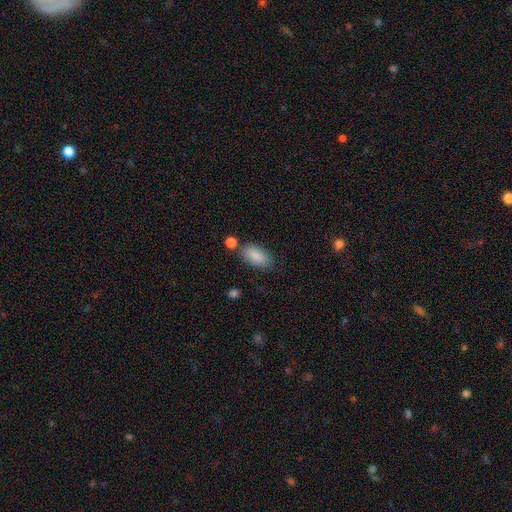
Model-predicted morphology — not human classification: smooth-or-featured: smooth: 87% | featured or disk: 7% | star or artifact: 7%
  how-rounded: in between: 91% | cigar-shaped: 5% | round: 3%
  merging: none: 71% | minor disturbance: 17% | merger: 8% | major disturbance: 4%